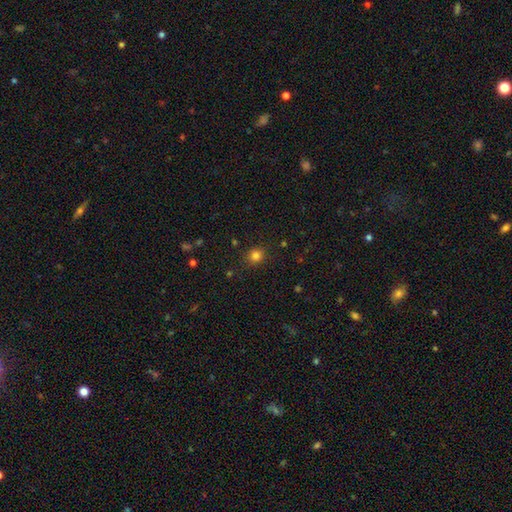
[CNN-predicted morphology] Q: Smooth or featured?
A: smooth (81%); runner-up: star or artifact (14%)
Q: How rounded?
A: round (81%); runner-up: in between (18%)
Q: Merging?
A: none (86%); runner-up: minor disturbance (9%)